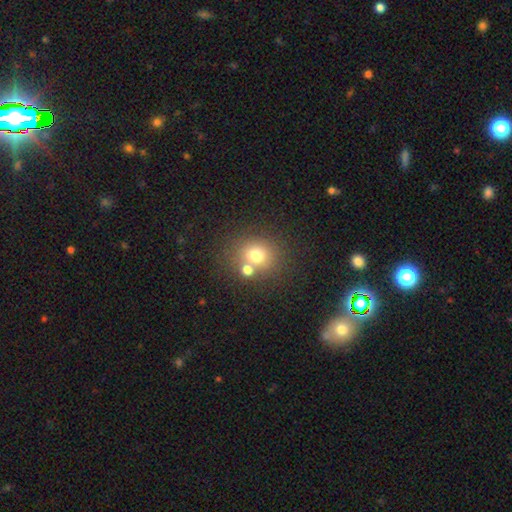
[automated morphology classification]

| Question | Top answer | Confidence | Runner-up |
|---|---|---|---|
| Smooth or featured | smooth | 71% | star or artifact (16%) |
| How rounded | round | 81% | in between (18%) |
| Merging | none | 62% | merger (25%) |